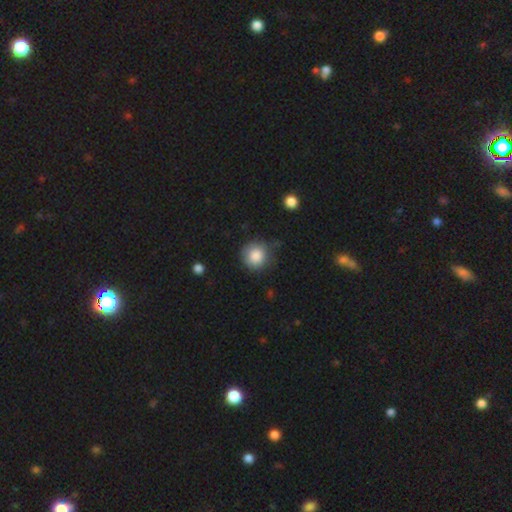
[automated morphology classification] The model was most divided on "merging": none: 71%, minor disturbance: 21%, major disturbance: 6%, merger: 2%. More confident: how rounded — round (92%); smooth or featured — smooth (86%).